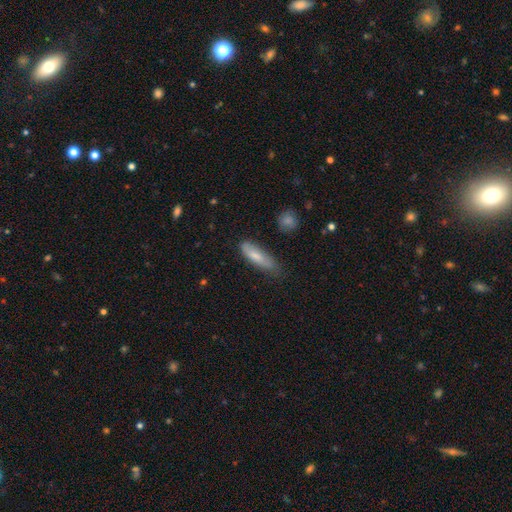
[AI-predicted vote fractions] This is likely a smooth galaxy (76%). How rounded: possibly cigar-shaped (55%). Merging: likely none (62%).